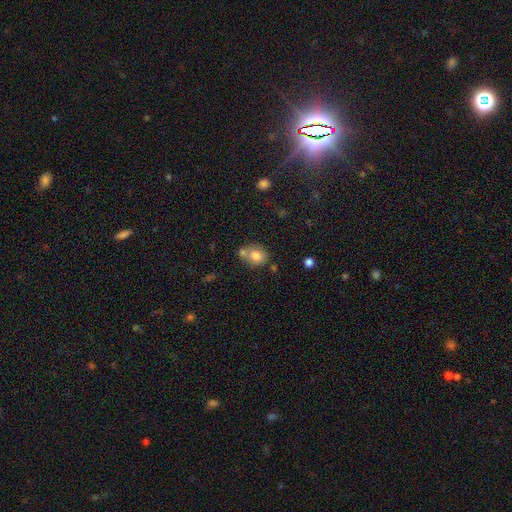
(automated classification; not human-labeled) A smooth galaxy with no disk features (78%) that is round (54%).

Vote fractions:
- Smooth or featured? smooth: 78% / featured or disk: 13% / star or artifact: 10%
- How rounded? round: 54% / in between: 45% / cigar-shaped: 1%
- Merging? none: 50% / merger: 31% / minor disturbance: 15% / major disturbance: 4%